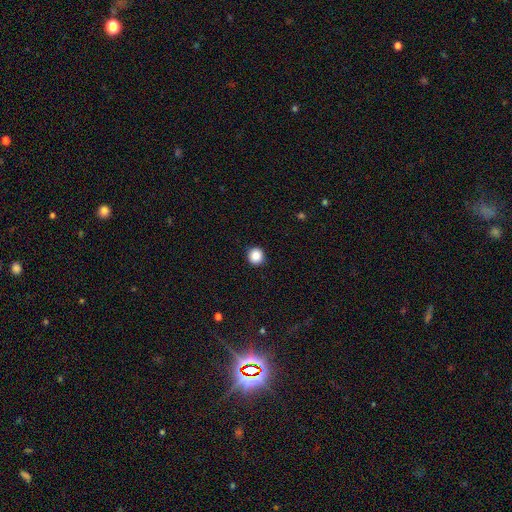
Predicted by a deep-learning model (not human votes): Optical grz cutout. It shows a smooth galaxy with no disk features (86%) that is round (95%). Merging: none (93%).